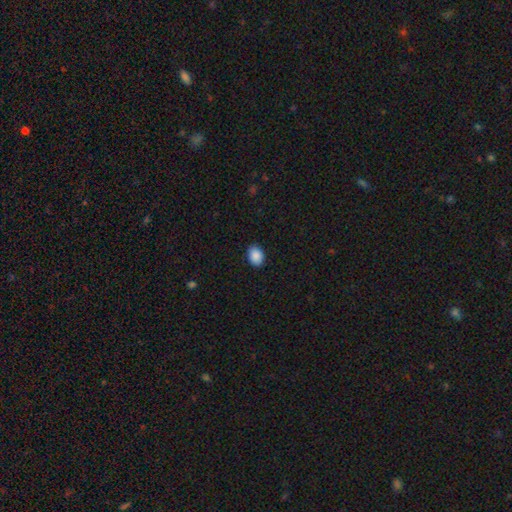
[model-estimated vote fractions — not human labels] Morphology: type=smooth (90%); roundness=in between (73%); merging=none (89%).